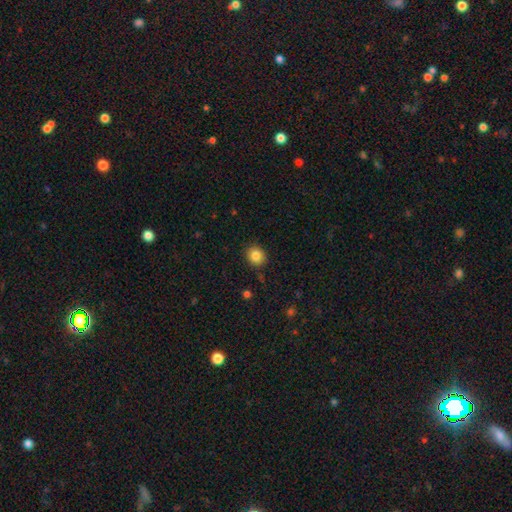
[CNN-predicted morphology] This is clearly a smooth galaxy (84%). How rounded: clearly round (81%). Merging: clearly none (88%).